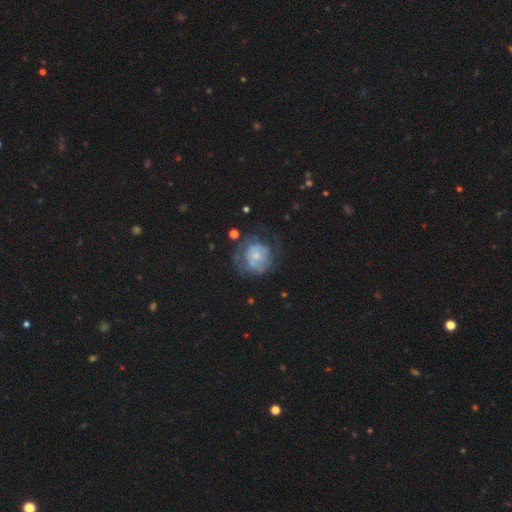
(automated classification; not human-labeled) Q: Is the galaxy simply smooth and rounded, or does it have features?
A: featured or disk — 51%.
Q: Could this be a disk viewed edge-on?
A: no — 98%.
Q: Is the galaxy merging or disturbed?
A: none — 46%.